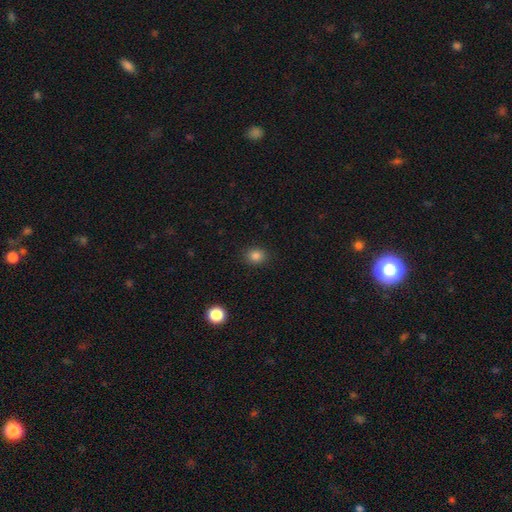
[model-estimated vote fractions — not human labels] This is clearly a smooth galaxy (84%). How rounded: likely round (67%). Merging: clearly none (89%).